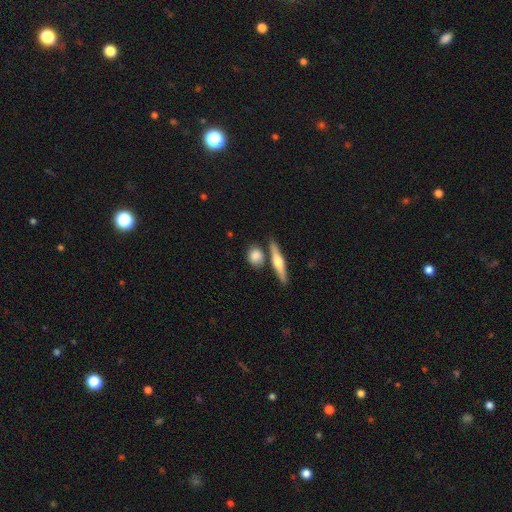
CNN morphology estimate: This is likely a smooth galaxy (75%). How rounded: possibly round (58%). Merging: likely none (70%).